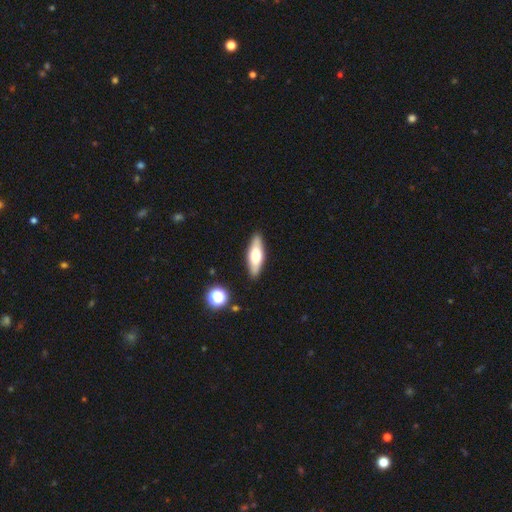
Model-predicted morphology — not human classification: Smooth or featured? Predicted: smooth (p=0.59). How rounded? Predicted: in between (p=0.50). Merging? Predicted: none (p=0.88).